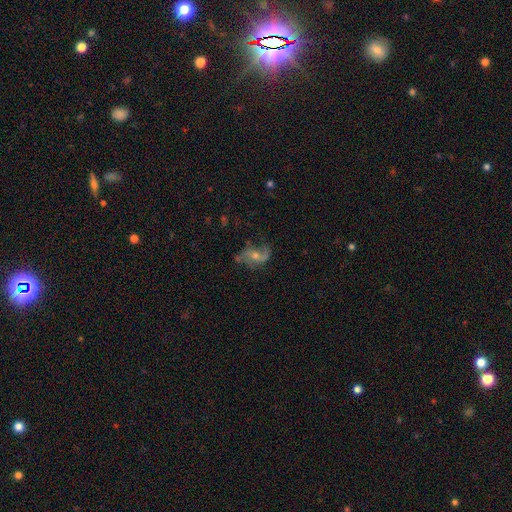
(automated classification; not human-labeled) A featured or disk galaxy (76%) with no bar (52%), 2 (81%) loose (68%) spiral arms (92%) and a small central bulge (47%, tied with moderate).

Vote fractions:
- Smooth or featured? featured or disk: 76% / smooth: 14% / star or artifact: 10%
- Edge-on disk? no: 96% / yes: 4%
- Bar? no: 52% / weak: 35% / strong: 13%
- Spiral arms? yes: 92% / no: 8%
- Spiral winding? loose: 68% / medium: 25% / tight: 7%
- Spiral arm count? 2: 81% / 1: 8% / can't tell: 6% / 3: 2% / 4: 1% / more than 4: 1%
- Bulge size? small: 47% (tied) / moderate: 47% (tied) / none: 3% / large: 2% / dominant: 1%
- Merging? none: 62% / minor disturbance: 21% / major disturbance: 15% / merger: 2%